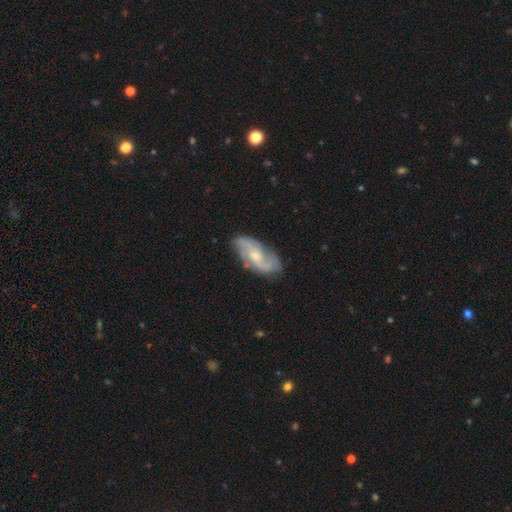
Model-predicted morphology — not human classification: Smooth or featured? Predicted: featured or disk (p=0.81). Edge-on disk? Predicted: no (p=0.95). Bar? Predicted: no (p=0.56). Spiral arms? Predicted: yes (p=0.95). Spiral winding? Predicted: medium (p=0.46). Spiral arm count? Predicted: 2 (p=0.68). Bulge size? Predicted: small (p=0.53). Merging? Predicted: none (p=0.75).